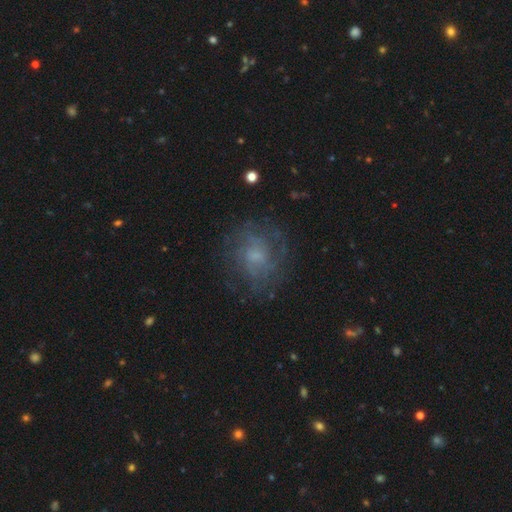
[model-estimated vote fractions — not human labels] This is possibly a featured or disk galaxy (57%). It is clearly not viewed edge-on (97%). Bar: likely no (67%). Spiral arm pattern: likely yes (73%). Central bulge: marginally small (42%). Merging: likely none (72%).